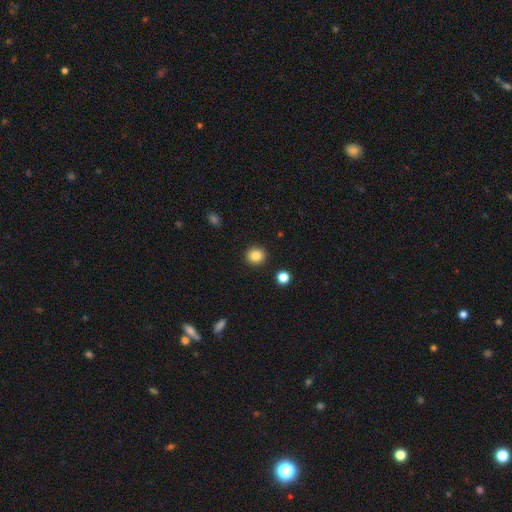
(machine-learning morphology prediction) smooth_or_featured: smooth (p=0.84) [alt: star or artifact p=0.10]
how_rounded: round (p=0.90) [alt: in between p=0.09]
merging: none (p=0.92) [alt: minor disturbance p=0.05]